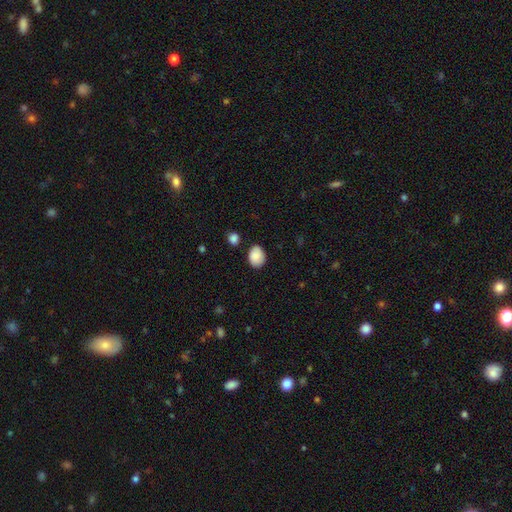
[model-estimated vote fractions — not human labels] Morphology: type=smooth (88%); roundness=in between (67%); merging=none (79%).